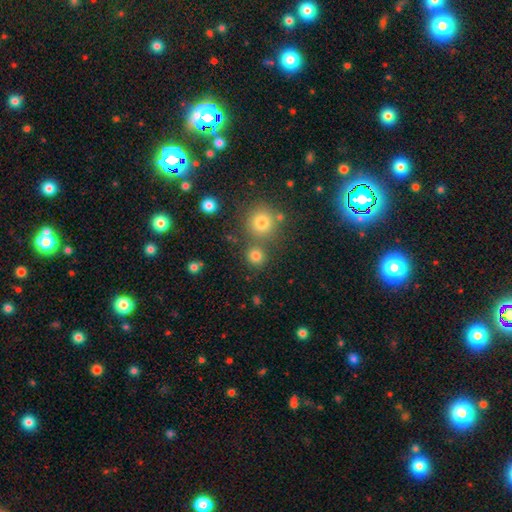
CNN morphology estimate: smooth 77%, star or artifact 16%, featured or disk 6%. Down the decision tree: how rounded — round (89%); merging — none (72%).